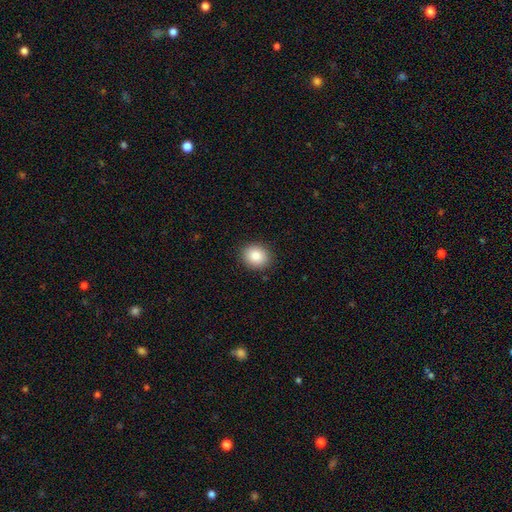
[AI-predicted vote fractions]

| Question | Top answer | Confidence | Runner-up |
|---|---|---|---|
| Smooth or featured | smooth | 85% | star or artifact (9%) |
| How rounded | round | 71% | in between (28%) |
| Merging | none | 90% | minor disturbance (7%) |